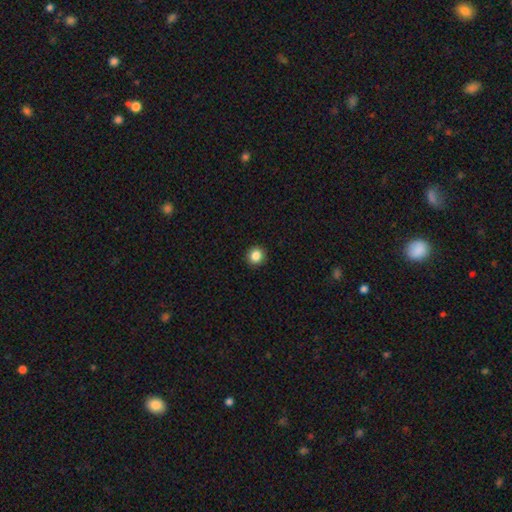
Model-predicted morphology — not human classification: This appears to be a smooth galaxy with no disk features (86%) that is round (92%). Merging: none (93%).